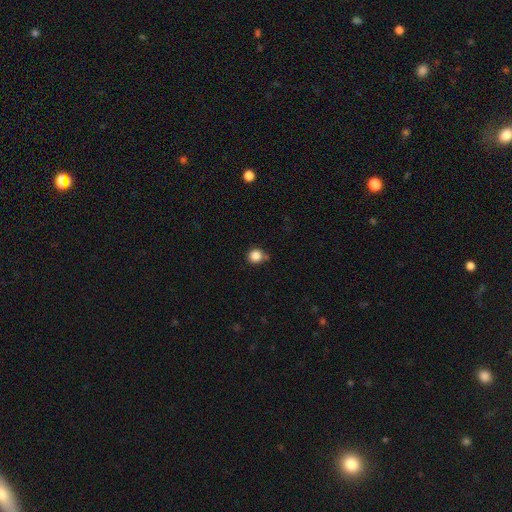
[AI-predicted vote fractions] smooth 86%, star or artifact 11%, featured or disk 4%. Down the decision tree: how rounded — round (90%); merging — none (72%).